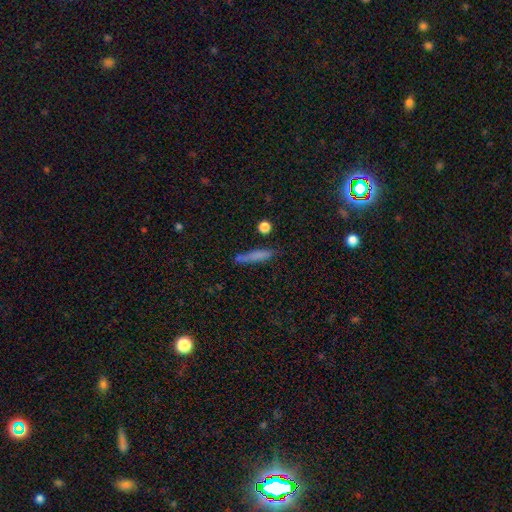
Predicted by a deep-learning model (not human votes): A smooth galaxy with no disk features (70%) that is cigar-shaped (89%).

Vote fractions:
- Smooth or featured? smooth: 70% / featured or disk: 18% / star or artifact: 11%
- How rounded? cigar-shaped: 89% / in between: 9% / round: 2%
- Merging? none: 75% / minor disturbance: 16% / merger: 5% / major disturbance: 4%